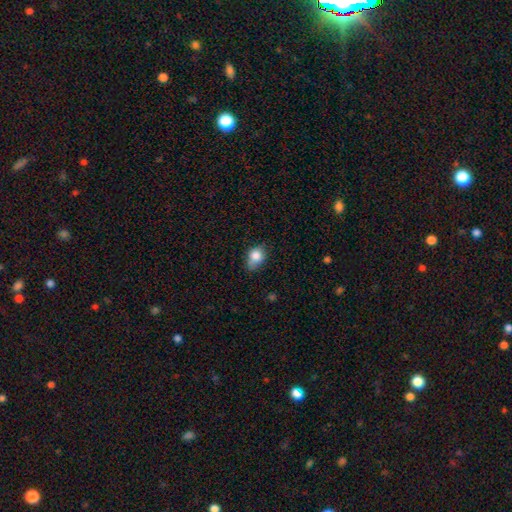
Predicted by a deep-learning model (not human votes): The model was most divided on "merging": none: 52%, minor disturbance: 37%, major disturbance: 8%, merger: 3%. More confident: smooth or featured — smooth (83%); how rounded — in between (60%).